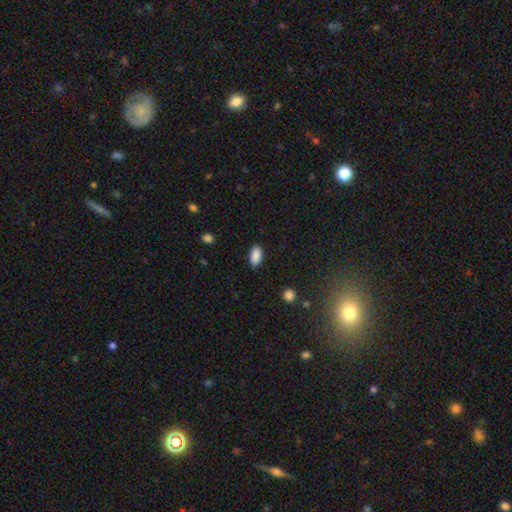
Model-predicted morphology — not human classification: Smooth or featured?
  - smooth: 90% *
  - star or artifact: 7%
  - featured or disk: 3%
How rounded?
  - in between: 93% *
  - cigar-shaped: 4%
  - round: 3%
Merging?
  - none: 88% *
  - minor disturbance: 9%
  - major disturbance: 2%
  - merger: 1%